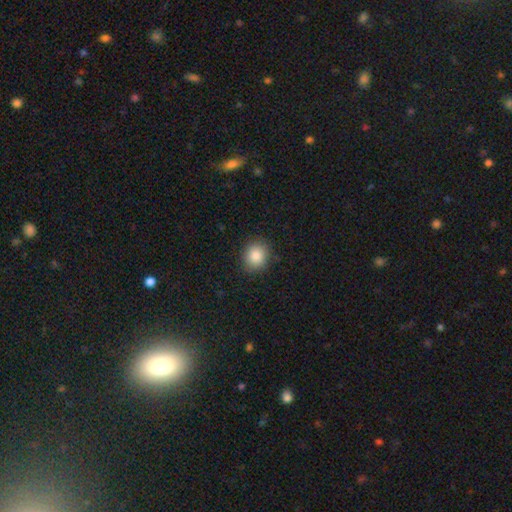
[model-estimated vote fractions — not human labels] Smooth or featured: smooth — 86% (star or artifact — 9%)
How rounded: round — 78% (in between — 21%)
Merging: none — 88% (minor disturbance — 8%)